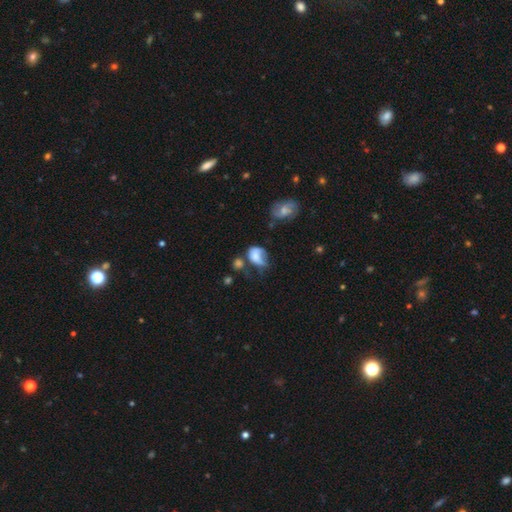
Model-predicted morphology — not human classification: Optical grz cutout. It shows a smooth galaxy with no disk features (62%) that is in between round and cigar-shaped (69%). Merging: major disturbance (36%).